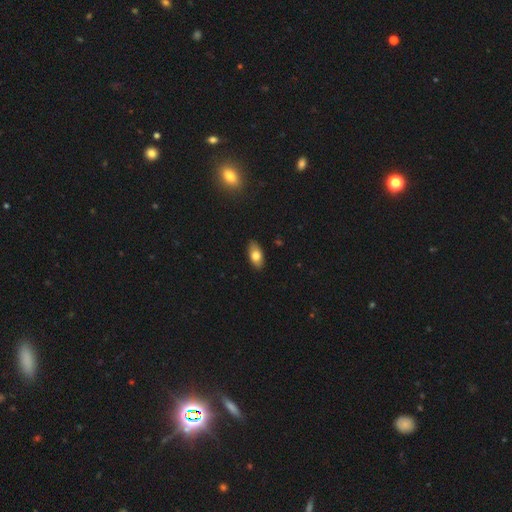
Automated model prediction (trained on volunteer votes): Q: Smooth or featured?
A: smooth (78%); runner-up: featured or disk (15%)
Q: How rounded?
A: in between (91%); runner-up: cigar-shaped (5%)
Q: Merging?
A: none (87%); runner-up: minor disturbance (10%)